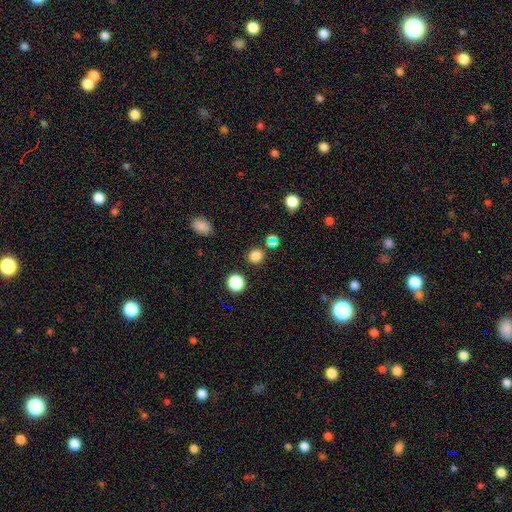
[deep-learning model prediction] The model was most divided on "smooth or featured": smooth: 76%, star or artifact: 19%, featured or disk: 5%. More confident: how rounded — round (83%); merging — none (83%).